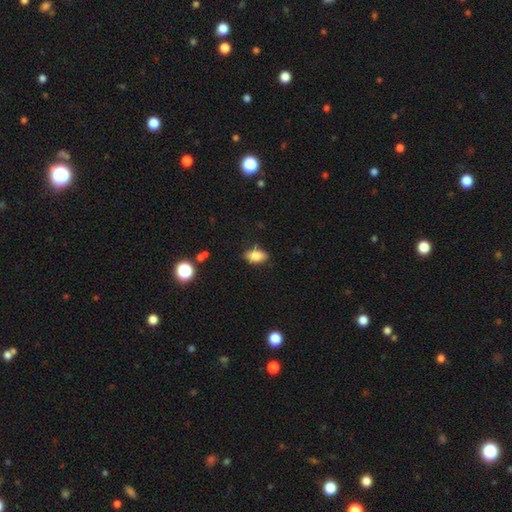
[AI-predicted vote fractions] Smooth or featured?
  - smooth: 82% *
  - featured or disk: 9%
  - star or artifact: 9%
How rounded?
  - in between: 89% *
  - round: 8%
  - cigar-shaped: 3%
Merging?
  - none: 81% *
  - minor disturbance: 15%
  - major disturbance: 3%
  - merger: 2%